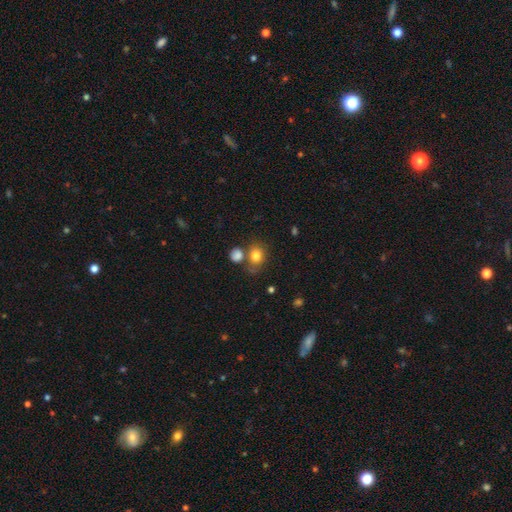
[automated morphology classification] Smooth or featured?
  - smooth: 81% *
  - star or artifact: 11%
  - featured or disk: 8%
How rounded?
  - round: 60% *
  - in between: 39%
  - cigar-shaped: 1%
Merging?
  - none: 59% *
  - merger: 22%
  - minor disturbance: 14%
  - major disturbance: 5%